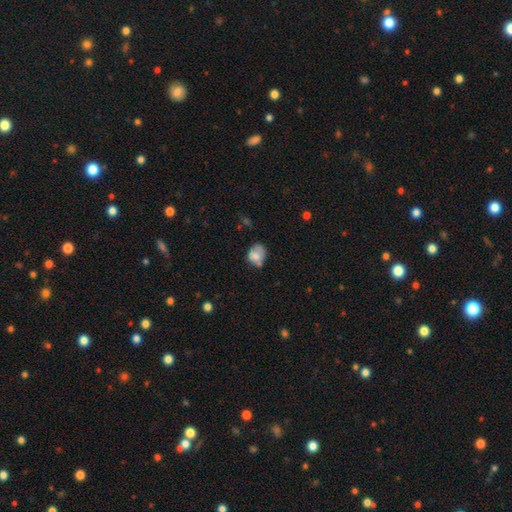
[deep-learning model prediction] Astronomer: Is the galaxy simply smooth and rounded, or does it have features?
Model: smooth — 74%.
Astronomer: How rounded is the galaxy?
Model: in between — 51% (runner-up: round, 48%).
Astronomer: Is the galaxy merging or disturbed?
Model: none — 45% (runner-up: minor disturbance, 34%).